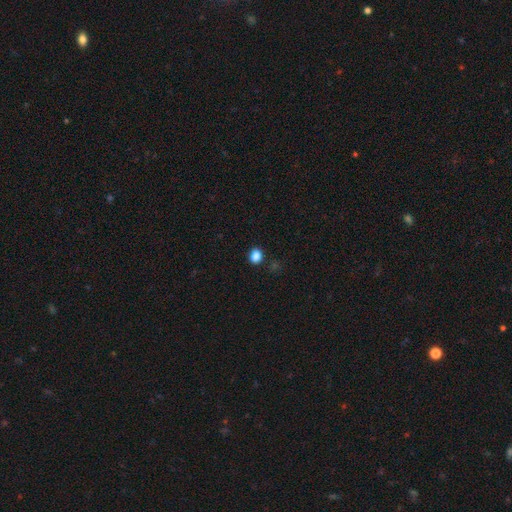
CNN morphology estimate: The model was most divided on "how rounded": round: 56%, in between: 42%, cigar-shaped: 1%. More confident: merging — none (85%); smooth or featured — smooth (85%).